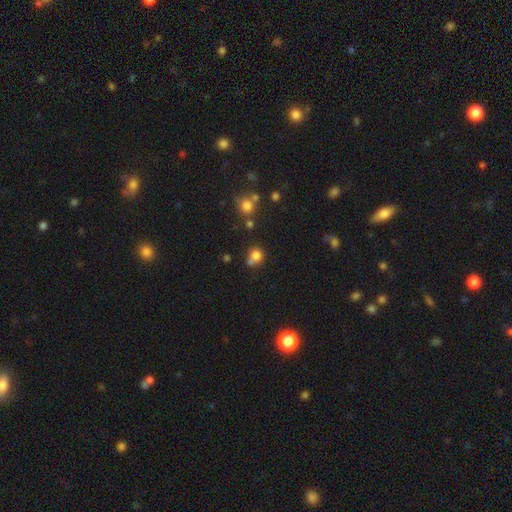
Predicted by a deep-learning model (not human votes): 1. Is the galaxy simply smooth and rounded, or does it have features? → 76% smooth, 15% star or artifact, 9% featured or disk.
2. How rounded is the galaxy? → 83% round, 16% in between, 1% cigar-shaped.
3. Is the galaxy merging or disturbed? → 53% none, 32% merger, 10% minor disturbance, 4% major disturbance.